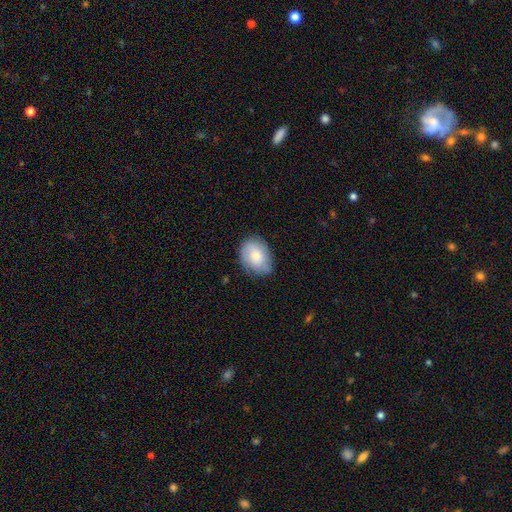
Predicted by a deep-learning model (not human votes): Smooth or featured? smooth (70%)
How rounded? in between (76%)
Merging? none (74%)